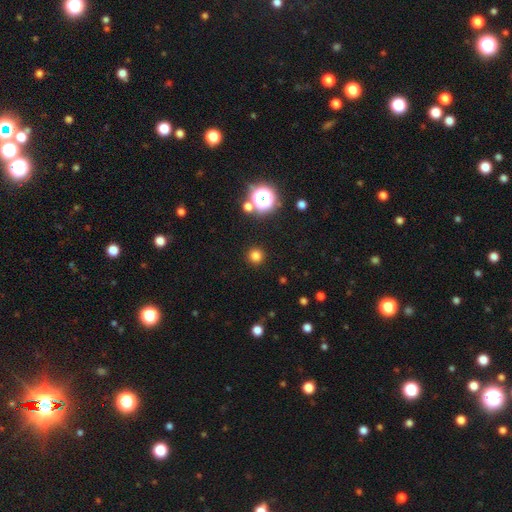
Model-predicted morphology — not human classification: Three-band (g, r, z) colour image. It shows a smooth galaxy with no disk features (77%) that is round (96%). Merging: none (91%).